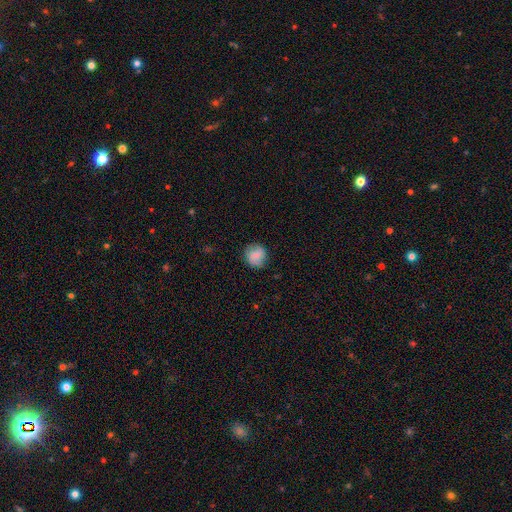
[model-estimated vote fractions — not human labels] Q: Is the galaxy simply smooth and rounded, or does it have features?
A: smooth — 70%.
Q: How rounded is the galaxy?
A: round — 87%.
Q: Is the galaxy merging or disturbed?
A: none — 83%.